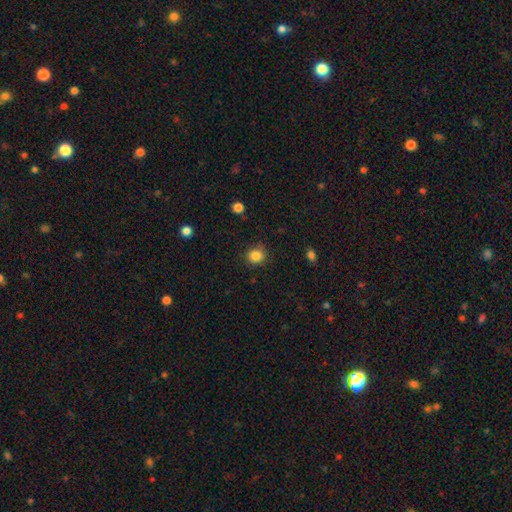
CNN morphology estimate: Smooth or featured?
  - smooth: 85% *
  - star or artifact: 11%
  - featured or disk: 5%
How rounded?
  - round: 82% *
  - in between: 17%
  - cigar-shaped: 1%
Merging?
  - none: 82% *
  - minor disturbance: 13%
  - major disturbance: 3%
  - merger: 1%